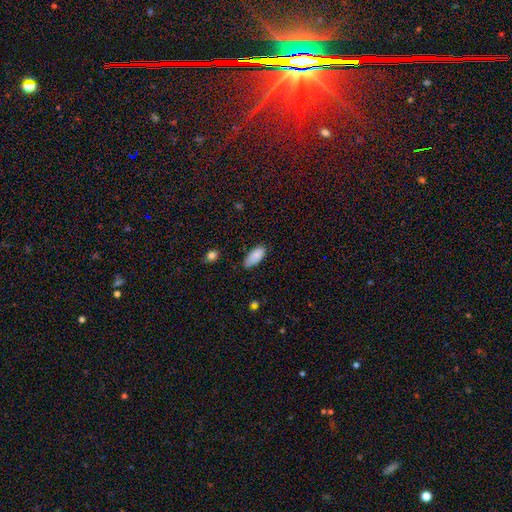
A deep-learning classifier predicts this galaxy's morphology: type=smooth (88%); roundness=in between (88%); merging=none (71%).